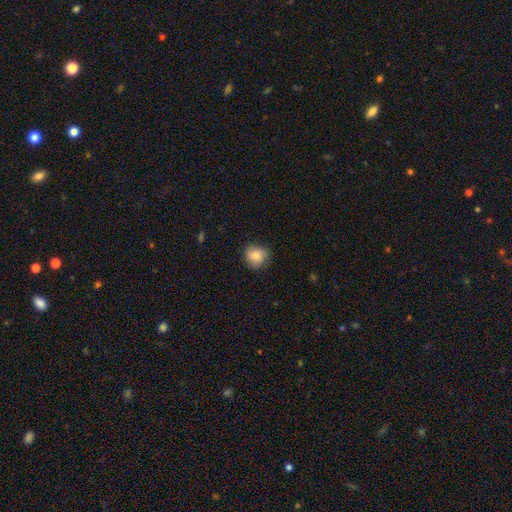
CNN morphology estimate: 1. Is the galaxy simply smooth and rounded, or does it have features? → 81% smooth, 9% featured or disk, 9% star or artifact.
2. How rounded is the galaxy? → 83% round, 16% in between, 1% cigar-shaped.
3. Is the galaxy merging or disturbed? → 79% none, 17% minor disturbance, 3% major disturbance, 1% merger.